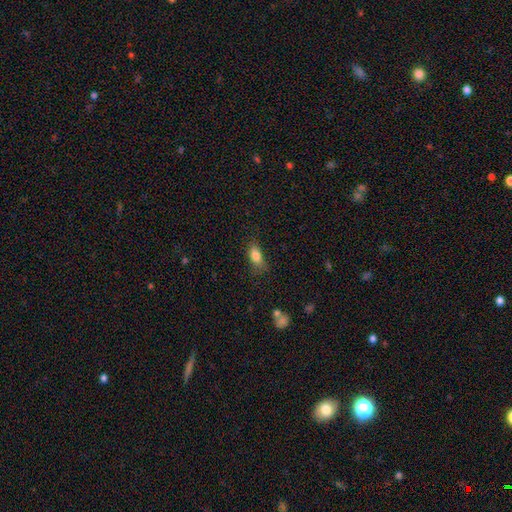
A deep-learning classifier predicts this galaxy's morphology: This is clearly a smooth galaxy (83%). How rounded: clearly in between (84%). Merging: likely none (69%).